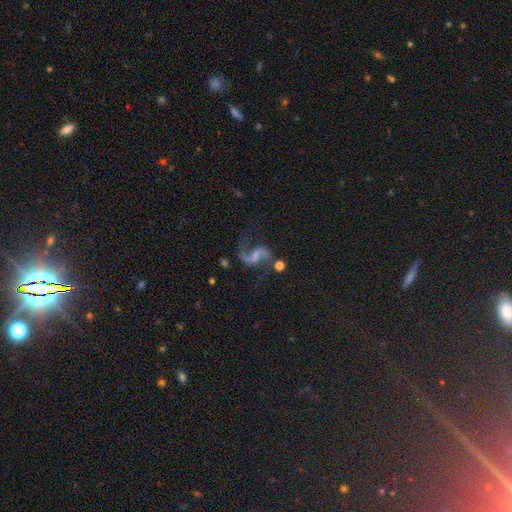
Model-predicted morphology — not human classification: smooth-or-featured: featured or disk: 86% | star or artifact: 7% | smooth: 7%
  disk-edge-on: no: 98% | yes: 2%
    bar: weak: 45% | no: 32% | strong: 23%
    has-spiral-arms: yes: 96% | no: 4%
      spiral-winding: loose: 78% | medium: 19% | tight: 3%
      spiral-arm-count: 2: 92% | 1: 4% | can't tell: 2% | 3: 1% | 4: 1% | more than 4: 1%
    bulge-size: none: 46% | small: 30% | moderate: 18% | large: 4% | dominant: 2%
  merging: none: 62% | minor disturbance: 16% | major disturbance: 15% | merger: 7%